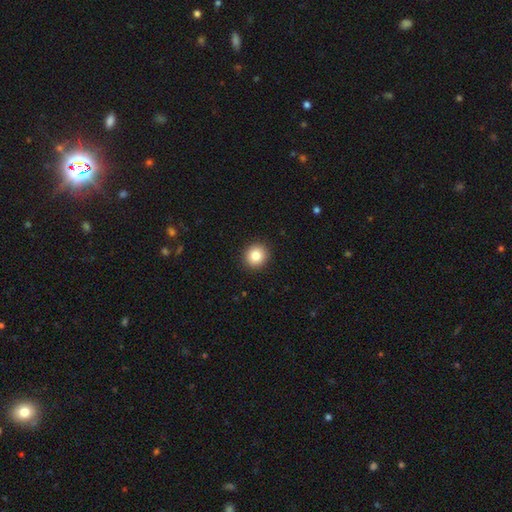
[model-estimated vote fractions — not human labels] A smooth galaxy with no disk features (84%) that is round (89%).

Vote fractions:
- Smooth or featured? smooth: 84% / star or artifact: 9% / featured or disk: 7%
- How rounded? round: 89% / in between: 10% / cigar-shaped: 1%
- Merging? none: 92% / minor disturbance: 5% / major disturbance: 2% / merger: 1%